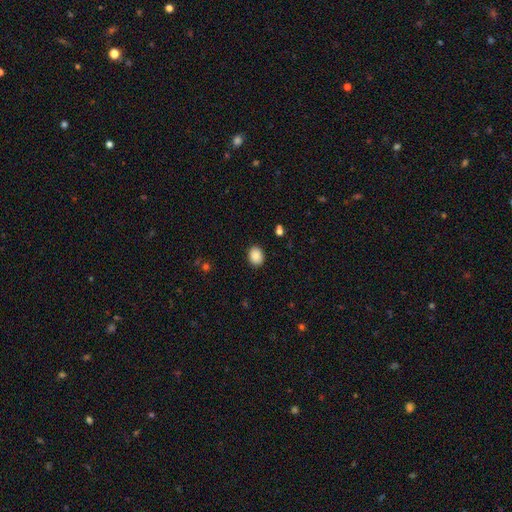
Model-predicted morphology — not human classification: The model was most divided on "how rounded": in between: 57%, round: 42%, cigar-shaped: 1%. More confident: merging — none (89%); smooth or featured — smooth (88%).